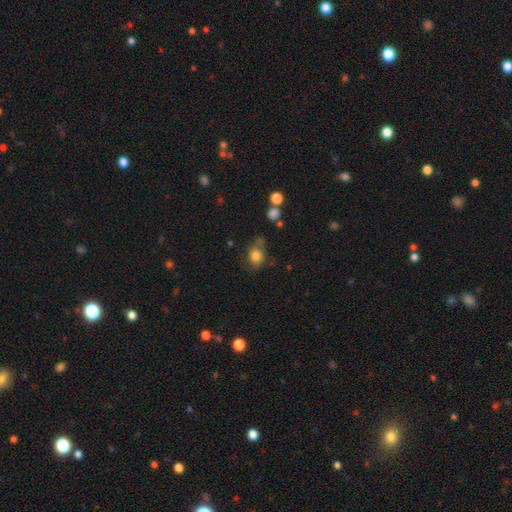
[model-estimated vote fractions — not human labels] Smooth or featured: smooth — 75% (featured or disk — 15%)
How rounded: round — 53% (in between — 46%)
Merging: none — 56% (minor disturbance — 26%)